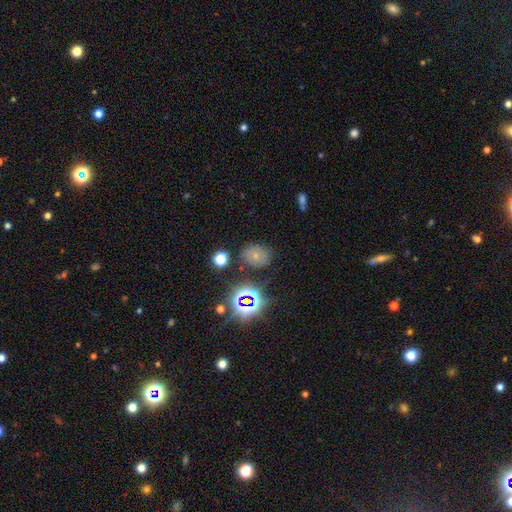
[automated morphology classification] smooth-or-featured: smooth: 55% | star or artifact: 29% | featured or disk: 16%
  how-rounded: in between: 54% | round: 45% | cigar-shaped: 1%
  merging: none: 76% | minor disturbance: 15% | major disturbance: 5% | merger: 4%